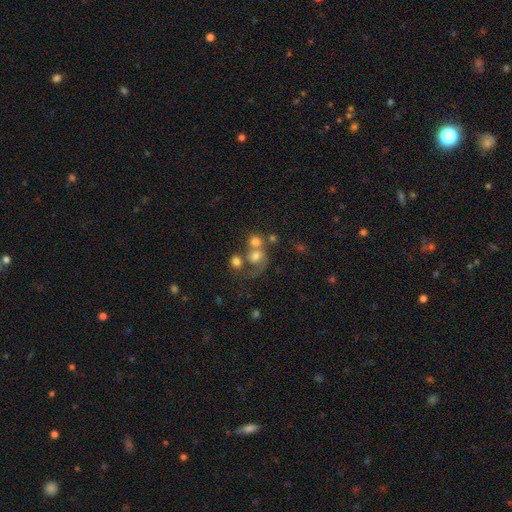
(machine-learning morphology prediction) Q: Smooth or featured?
A: smooth (50%); runner-up: featured or disk (36%)
Q: How rounded?
A: round (71%); runner-up: in between (28%)
Q: Merging?
A: merger (54%); runner-up: none (24%)